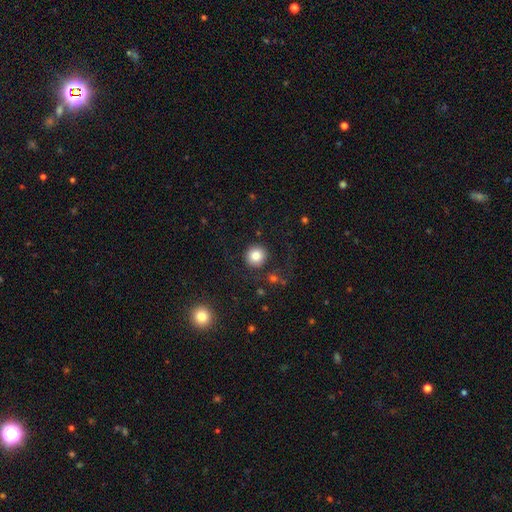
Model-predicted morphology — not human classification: Q: Smooth or featured?
A: smooth (84%); runner-up: star or artifact (10%)
Q: How rounded?
A: round (94%); runner-up: in between (6%)
Q: Merging?
A: none (86%); runner-up: minor disturbance (8%)